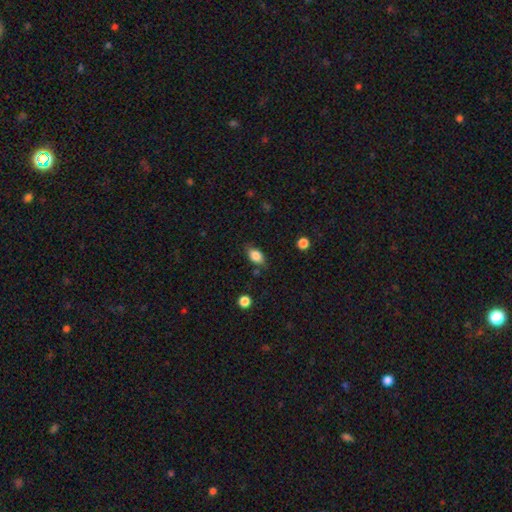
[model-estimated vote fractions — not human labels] Q: Smooth or featured?
A: smooth (82%); runner-up: featured or disk (9%)
Q: How rounded?
A: in between (86%); runner-up: round (11%)
Q: Merging?
A: none (78%); runner-up: minor disturbance (16%)